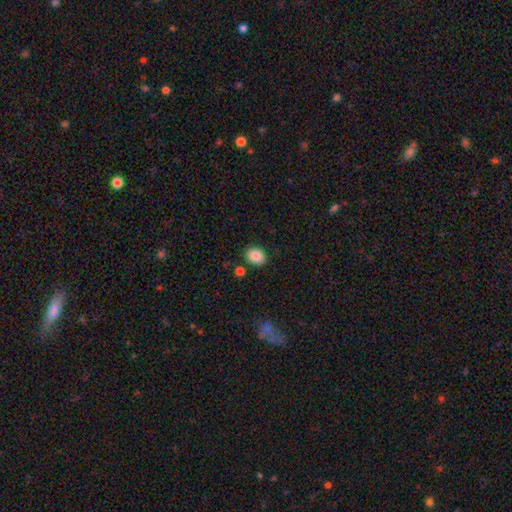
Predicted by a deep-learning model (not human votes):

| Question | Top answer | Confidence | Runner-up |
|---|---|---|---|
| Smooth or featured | smooth | 86% | star or artifact (9%) |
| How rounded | in between | 51% | round (49%) |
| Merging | none | 86% | minor disturbance (9%) |